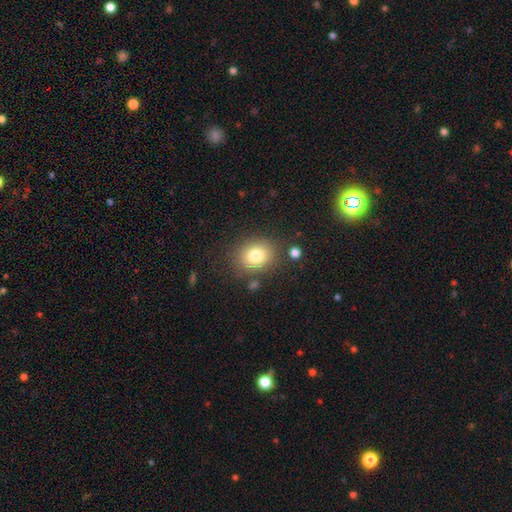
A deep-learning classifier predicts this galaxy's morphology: Overall: smooth (79%). How rounded: round (59%; in between 40%). Merging: none (82%).